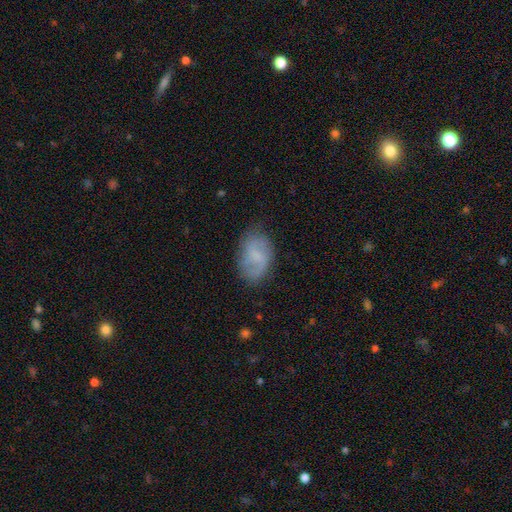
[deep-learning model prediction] Smooth or featured?
  - smooth: 47% *
  - featured or disk: 44%
  - star or artifact: 9%
Merging?
  - none: 74% *
  - minor disturbance: 19%
  - major disturbance: 6%
  - merger: 2%